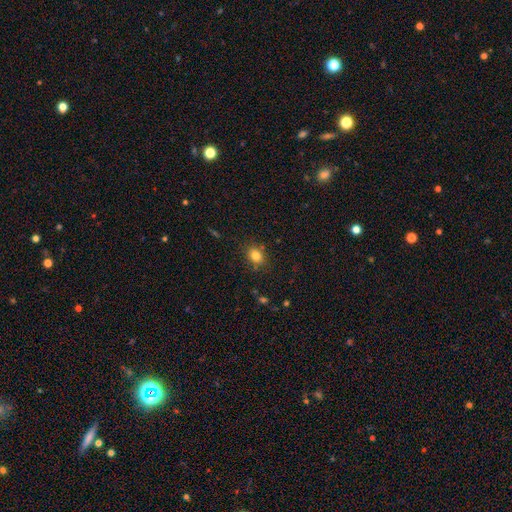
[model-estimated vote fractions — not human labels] The model was most divided on "how rounded": in between: 56%, round: 43%, cigar-shaped: 1%. More confident: smooth or featured — smooth (82%); merging — none (82%).